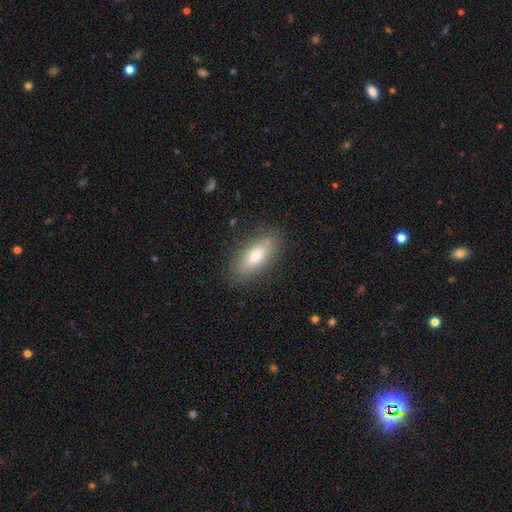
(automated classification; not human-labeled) Morphology: type=smooth (76%); roundness=in between (76%); merging=none (85%).